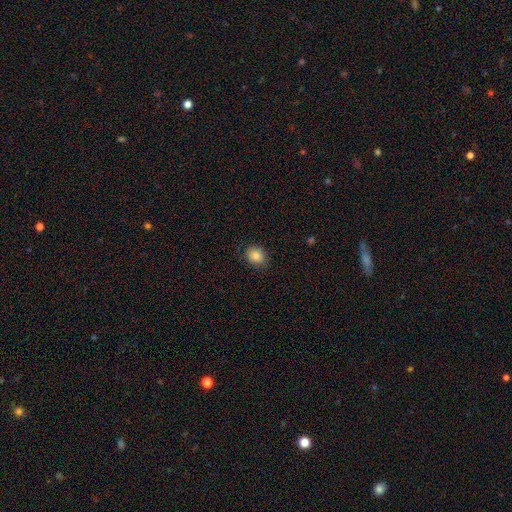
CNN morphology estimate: Smooth or featured?
  - smooth: 84% *
  - star or artifact: 9%
  - featured or disk: 7%
How rounded?
  - round: 60% *
  - in between: 40%
  - cigar-shaped: 1%
Merging?
  - none: 85% *
  - minor disturbance: 11%
  - major disturbance: 3%
  - merger: 1%